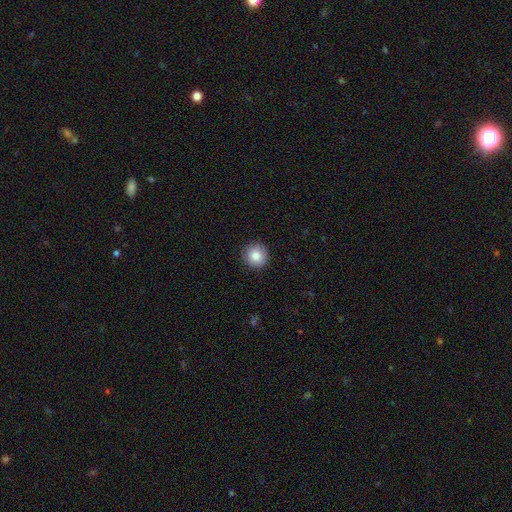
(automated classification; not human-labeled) A smooth galaxy with no disk features (85%) that is round (95%). Merging: none (91%).